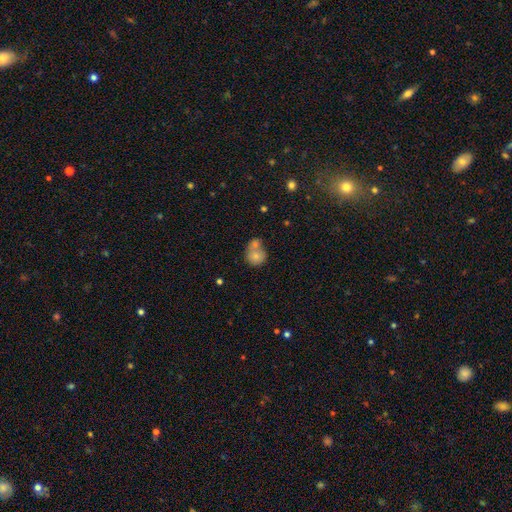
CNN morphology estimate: A smooth galaxy with no disk features (75%) that is round (76%).

Vote fractions:
- Smooth or featured? smooth: 75% / featured or disk: 16% / star or artifact: 9%
- How rounded? round: 76% / in between: 23% / cigar-shaped: 1%
- Merging? merger: 58% / none: 29% / minor disturbance: 9% / major disturbance: 4%